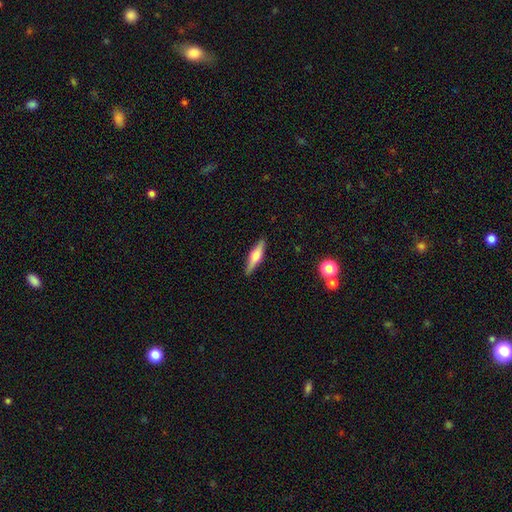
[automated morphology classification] A featured or disk galaxy (53%) viewed edge-on (95%) with a rounded central bulge (89%).

Vote fractions:
- Smooth or featured? featured or disk: 53% / smooth: 40% / star or artifact: 6%
- Edge-on disk? yes: 95% / no: 5%
- Edge-on bulge? rounded: 89% / boxy: 8% / none: 3%
- Merging? none: 89% / minor disturbance: 8% / major disturbance: 2% / merger: 1%